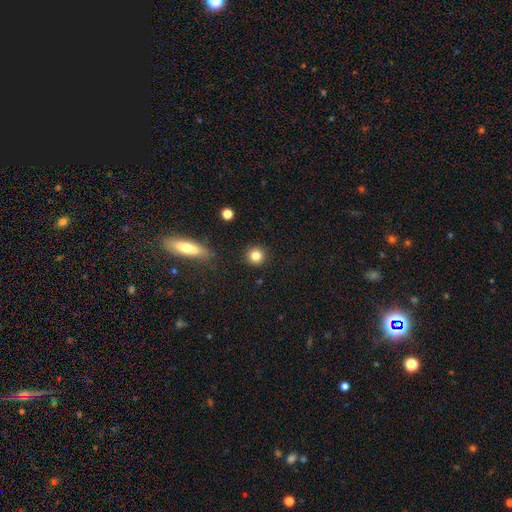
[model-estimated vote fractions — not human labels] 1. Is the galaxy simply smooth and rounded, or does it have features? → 84% smooth, 10% star or artifact, 6% featured or disk.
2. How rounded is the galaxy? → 94% round, 5% in between, 1% cigar-shaped.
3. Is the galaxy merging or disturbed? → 91% none, 6% minor disturbance, 2% major disturbance, 2% merger.